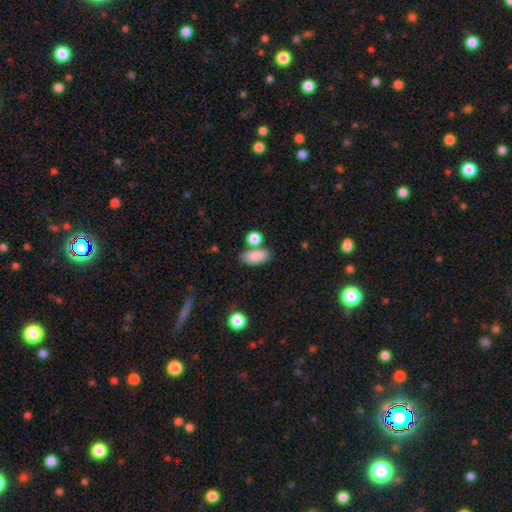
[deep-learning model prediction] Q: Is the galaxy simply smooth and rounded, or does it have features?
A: smooth — 86%.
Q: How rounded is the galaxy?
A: in between — 89%.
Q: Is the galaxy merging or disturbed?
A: none — 65%.